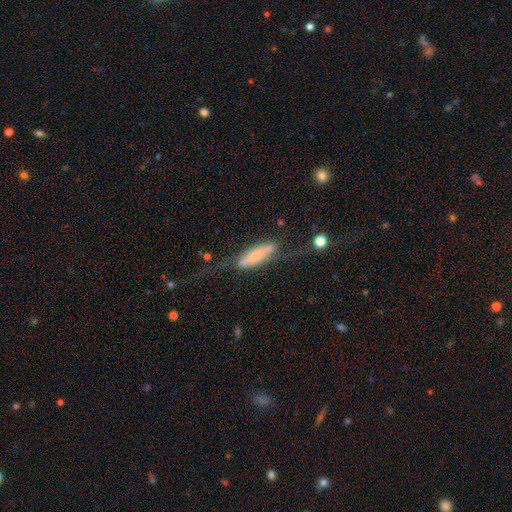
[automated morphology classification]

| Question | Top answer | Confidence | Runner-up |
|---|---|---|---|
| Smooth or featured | featured or disk | 47% | smooth (46%) |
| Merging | none | 38% | major disturbance (32%) |